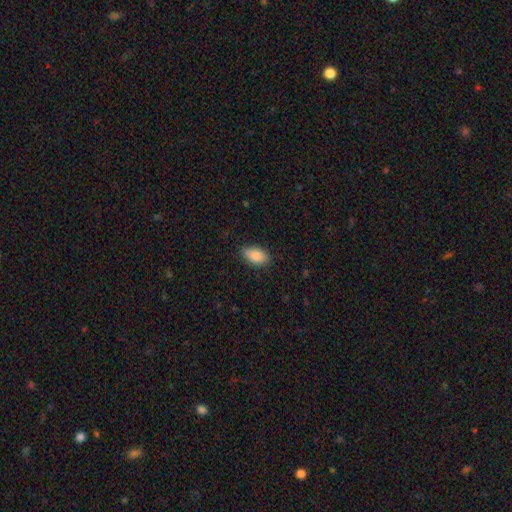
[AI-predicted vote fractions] Smooth or featured?
  - smooth: 88% *
  - star or artifact: 7%
  - featured or disk: 5%
How rounded?
  - in between: 91% *
  - round: 5%
  - cigar-shaped: 4%
Merging?
  - none: 79% *
  - minor disturbance: 17%
  - major disturbance: 3%
  - merger: 1%